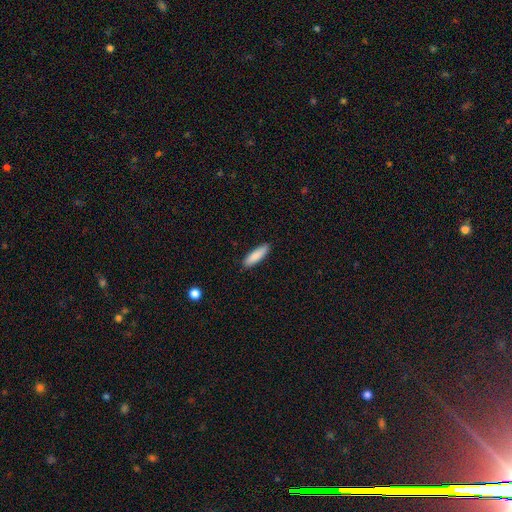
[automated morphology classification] smooth 87%, featured or disk 7%, star or artifact 6%. Down the decision tree: how rounded — cigar-shaped (63%); merging — none (88%).